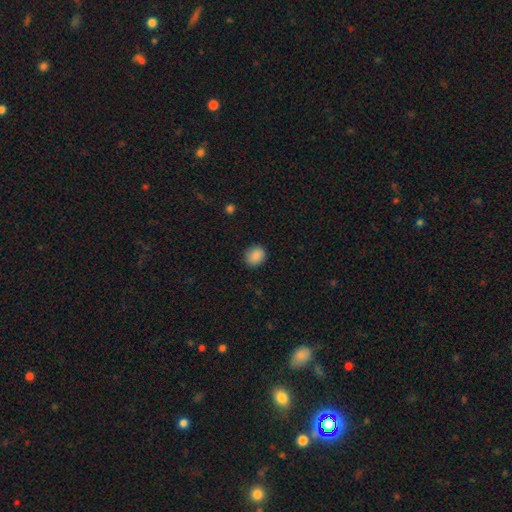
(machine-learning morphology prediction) smooth 88%, star or artifact 9%, featured or disk 3%. Down the decision tree: how rounded — round (70%); merging — none (88%).